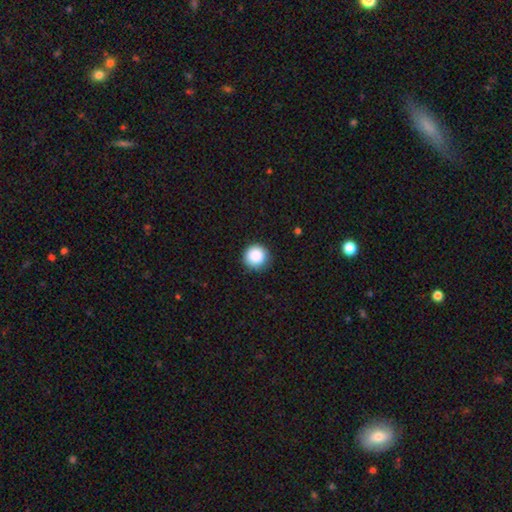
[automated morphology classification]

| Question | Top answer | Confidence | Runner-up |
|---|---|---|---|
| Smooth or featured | smooth | 88% | star or artifact (9%) |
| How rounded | round | 96% | in between (3%) |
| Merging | none | 90% | minor disturbance (7%) |